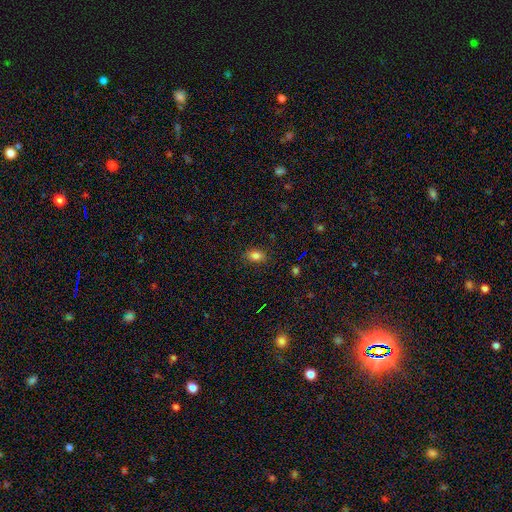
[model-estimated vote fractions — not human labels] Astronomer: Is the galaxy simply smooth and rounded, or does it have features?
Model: smooth — 82%.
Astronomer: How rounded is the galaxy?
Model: in between — 79%.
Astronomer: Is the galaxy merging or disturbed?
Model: none — 84%.